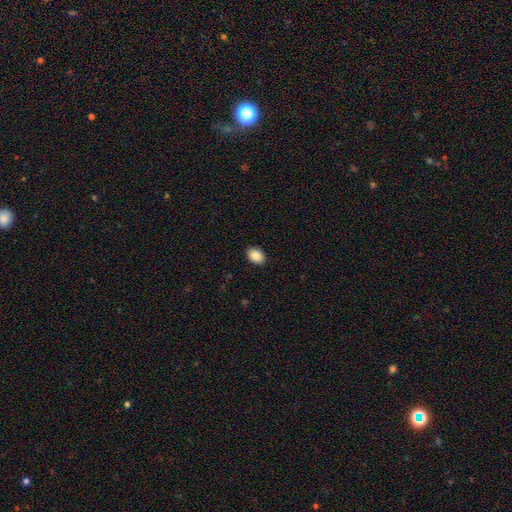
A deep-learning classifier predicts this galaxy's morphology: smooth-or-featured: smooth: 88% | star or artifact: 8% | featured or disk: 4%
  how-rounded: in between: 76% | round: 23% | cigar-shaped: 1%
  merging: none: 91% | minor disturbance: 7% | major disturbance: 2% | merger: 1%